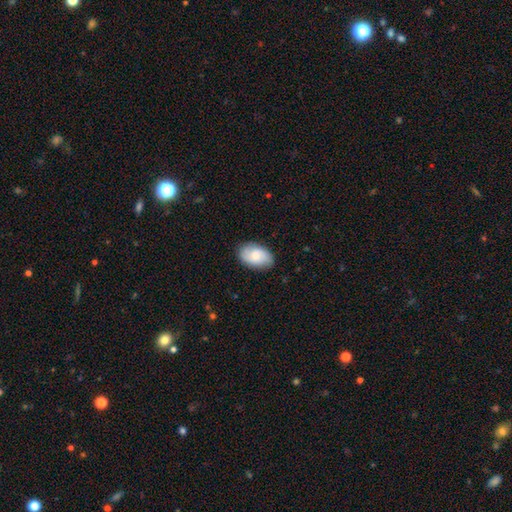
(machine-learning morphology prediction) Smooth or featured? smooth (61%)
How rounded? in between (90%)
Merging? none (82%)